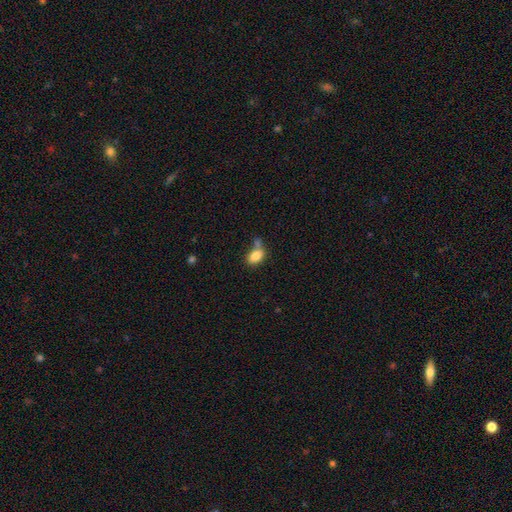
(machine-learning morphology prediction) A smooth galaxy with no disk features (83%) that is in between round and cigar-shaped (87%).

Vote fractions:
- Smooth or featured? smooth: 83% / star or artifact: 8% / featured or disk: 8%
- How rounded? in between: 87% / round: 11% / cigar-shaped: 2%
- Merging? none: 47% / merger: 27% / minor disturbance: 19% / major disturbance: 7%